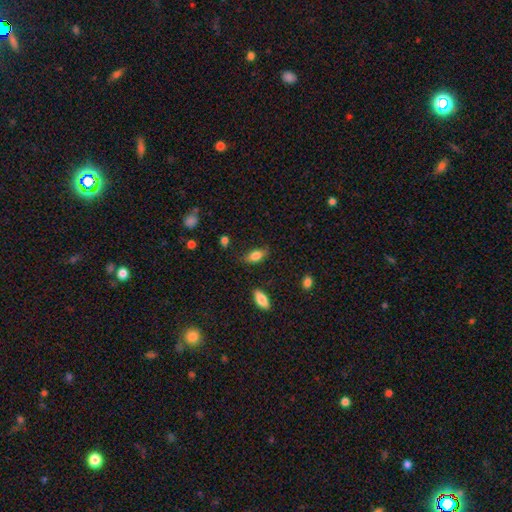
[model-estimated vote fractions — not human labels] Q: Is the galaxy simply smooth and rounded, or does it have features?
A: smooth — 81%.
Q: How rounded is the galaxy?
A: in between — 87%.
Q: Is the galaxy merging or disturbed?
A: none — 71%.